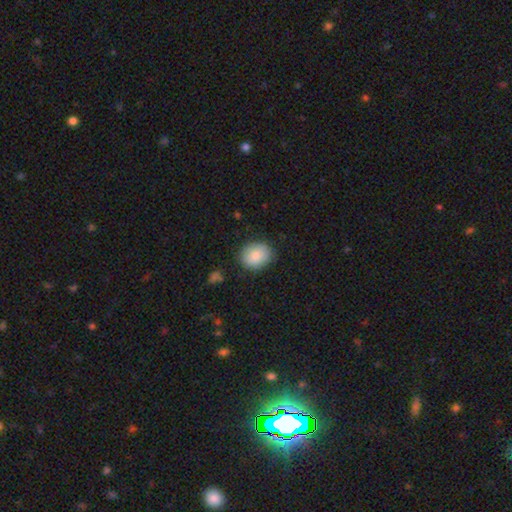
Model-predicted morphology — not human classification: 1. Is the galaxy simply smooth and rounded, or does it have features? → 85% smooth, 8% featured or disk, 7% star or artifact.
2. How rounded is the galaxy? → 52% round, 47% in between, 1% cigar-shaped.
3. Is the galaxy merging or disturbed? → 82% none, 13% minor disturbance, 3% major disturbance, 1% merger.